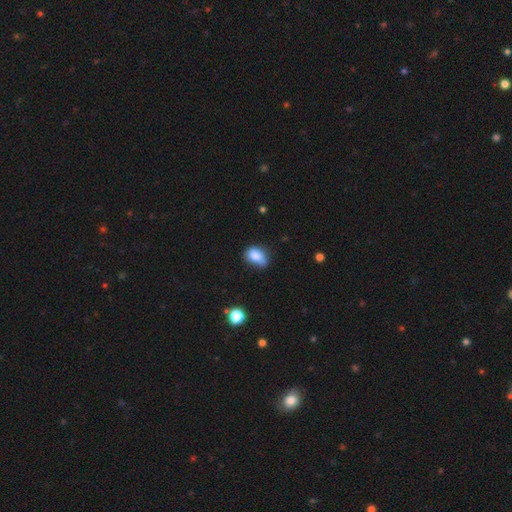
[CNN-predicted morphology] smooth_or_featured: smooth (p=0.82) [alt: star or artifact p=0.09]
how_rounded: in between (p=0.77) [alt: round p=0.21]
merging: none (p=0.47) [alt: minor disturbance p=0.38]